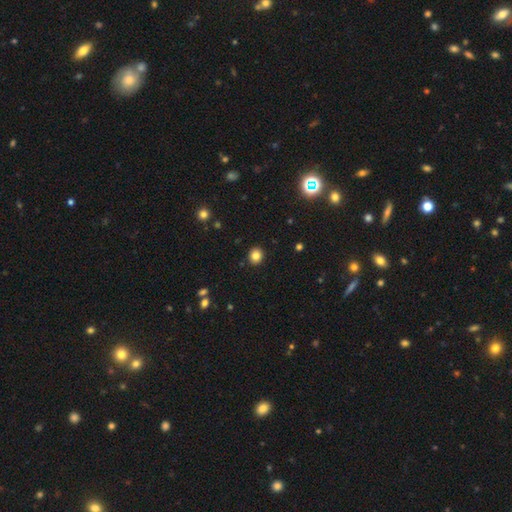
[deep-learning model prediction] A smooth galaxy with no disk features (82%) that is round (84%).

Vote fractions:
- Smooth or featured? smooth: 82% / star or artifact: 12% / featured or disk: 5%
- How rounded? round: 84% / in between: 15% / cigar-shaped: 1%
- Merging? none: 91% / minor disturbance: 6% / major disturbance: 2% / merger: 1%